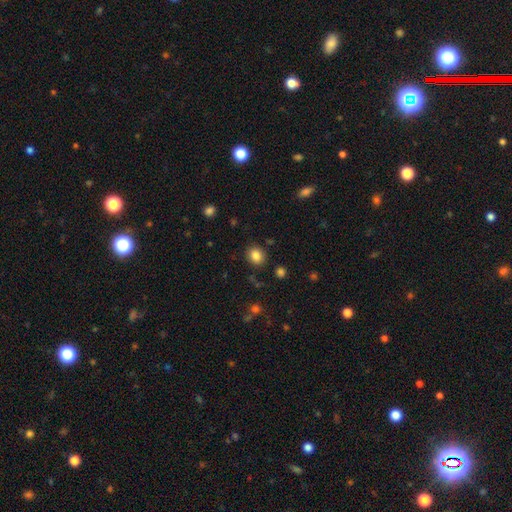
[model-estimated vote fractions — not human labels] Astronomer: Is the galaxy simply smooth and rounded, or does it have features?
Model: smooth — 83%.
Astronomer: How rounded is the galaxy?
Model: round — 70%.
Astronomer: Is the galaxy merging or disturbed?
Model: none — 86%.